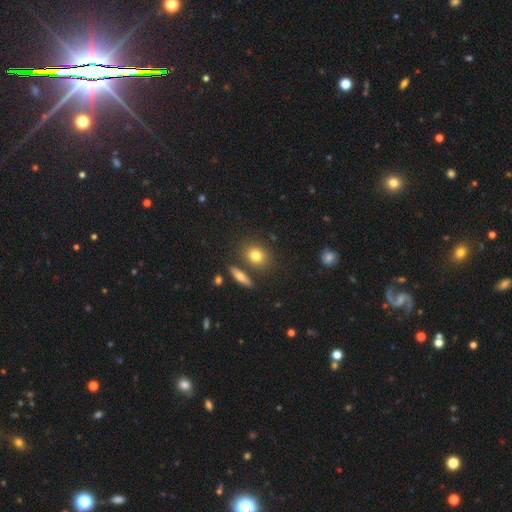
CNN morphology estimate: Smooth or featured?
  - smooth: 79% *
  - featured or disk: 12%
  - star or artifact: 10%
How rounded?
  - round: 57% *
  - in between: 39%
  - cigar-shaped: 3%
Merging?
  - none: 76% *
  - merger: 11%
  - minor disturbance: 10%
  - major disturbance: 3%